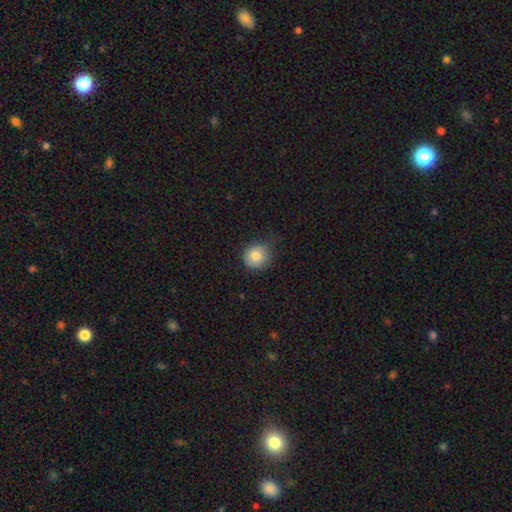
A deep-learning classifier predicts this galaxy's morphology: Q: Smooth or featured?
A: smooth (81%); runner-up: star or artifact (10%)
Q: How rounded?
A: round (88%); runner-up: in between (11%)
Q: Merging?
A: none (72%); runner-up: minor disturbance (22%)